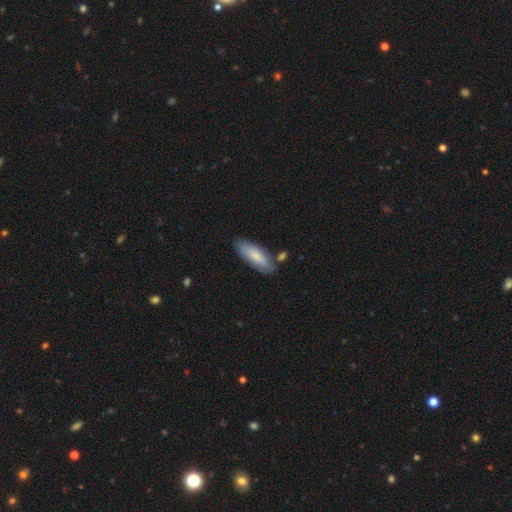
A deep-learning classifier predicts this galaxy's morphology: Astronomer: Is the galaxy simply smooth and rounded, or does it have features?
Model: smooth — 76%.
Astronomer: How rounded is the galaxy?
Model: in between — 67%.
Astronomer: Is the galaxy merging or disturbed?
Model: none — 76%.